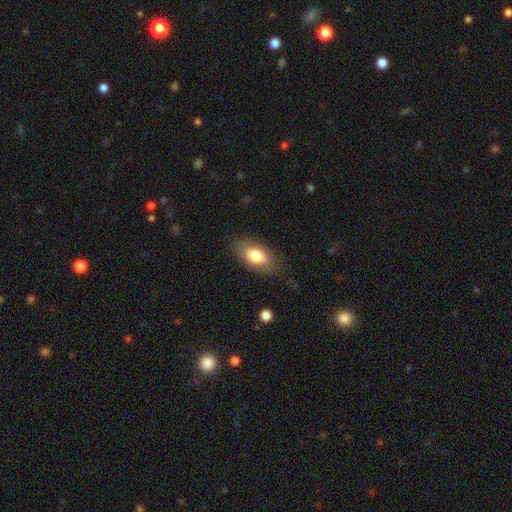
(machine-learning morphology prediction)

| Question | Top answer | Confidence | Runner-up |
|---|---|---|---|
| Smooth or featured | smooth | 78% | featured or disk (15%) |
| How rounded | in between | 90% | round (5%) |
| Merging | none | 81% | minor disturbance (13%) |